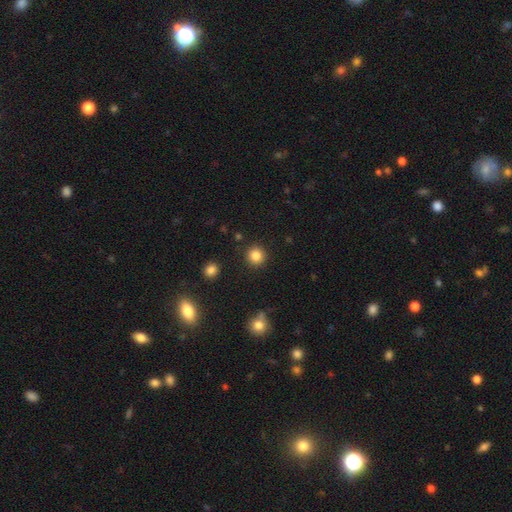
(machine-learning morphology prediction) smooth_or_featured: smooth (p=0.85) [alt: star or artifact p=0.11]
how_rounded: round (p=0.93) [alt: in between p=0.06]
merging: none (p=0.90) [alt: minor disturbance p=0.06]